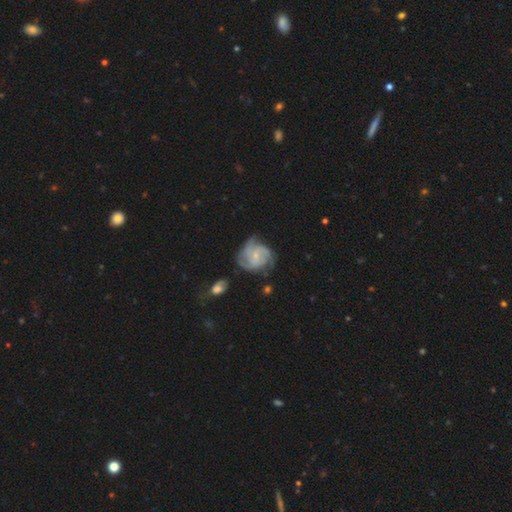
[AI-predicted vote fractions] Smooth or featured?
  - featured or disk: 77% *
  - smooth: 17%
  - star or artifact: 6%
Edge-on disk?
  - no: 98% *
  - yes: 2%
Bar?
  - no: 67% *
  - weak: 28%
  - strong: 4%
Spiral arms?
  - yes: 93% *
  - no: 7%
Spiral winding?
  - tight: 47% *
  - medium: 40%
  - loose: 12%
Spiral arm count?
  - 3: 34% *
  - can't tell: 25%
  - 2: 20%
  - 4: 12%
  - 1: 5%
  - more than 4: 5%
Bulge size?
  - small: 73% *
  - moderate: 21%
  - none: 4%
  - large: 1%
  - dominant: 1%
Merging?
  - none: 55% *
  - minor disturbance: 27%
  - major disturbance: 14%
  - merger: 4%